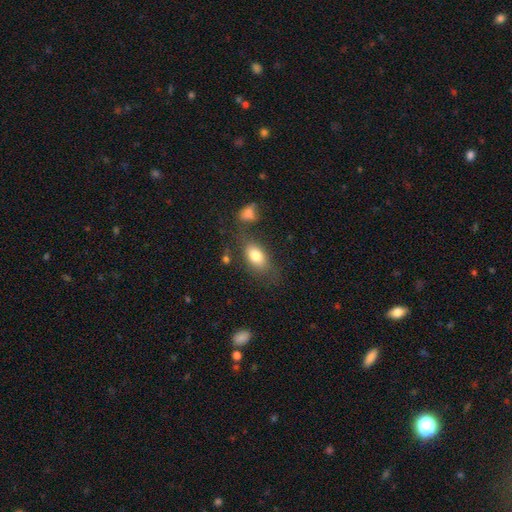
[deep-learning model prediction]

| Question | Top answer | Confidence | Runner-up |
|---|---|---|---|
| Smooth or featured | smooth | 79% | featured or disk (13%) |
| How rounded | in between | 86% | round (10%) |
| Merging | none | 65% | minor disturbance (17%) |